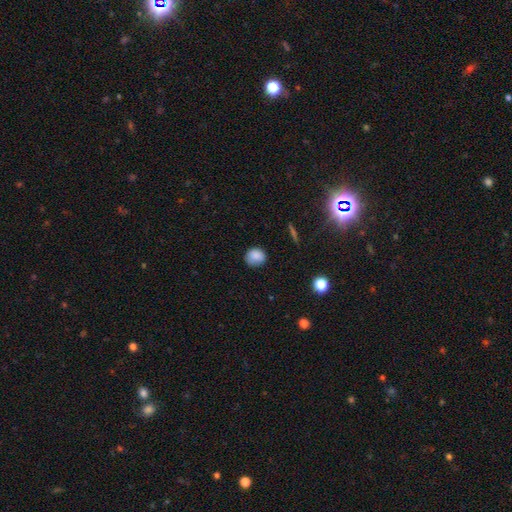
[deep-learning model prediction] Smooth or featured? smooth (86%)
How rounded? round (77%)
Merging? none (79%)